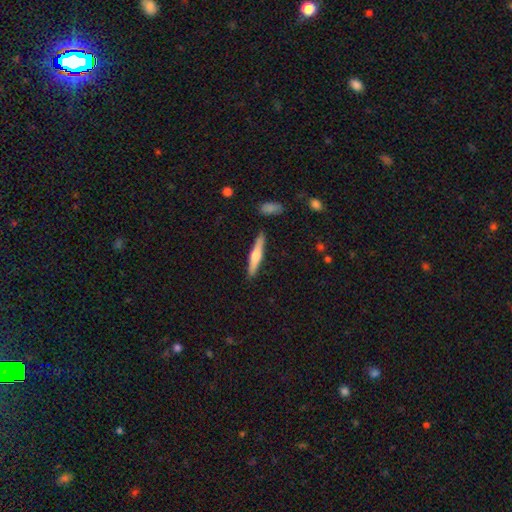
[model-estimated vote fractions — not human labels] Smooth or featured?
  - featured or disk: 53% *
  - smooth: 42%
  - star or artifact: 5%
Edge-on disk?
  - yes: 96% *
  - no: 4%
Edge-on bulge?
  - rounded: 90% *
  - none: 5%
  - boxy: 5%
Merging?
  - none: 89% *
  - minor disturbance: 8%
  - merger: 2%
  - major disturbance: 2%